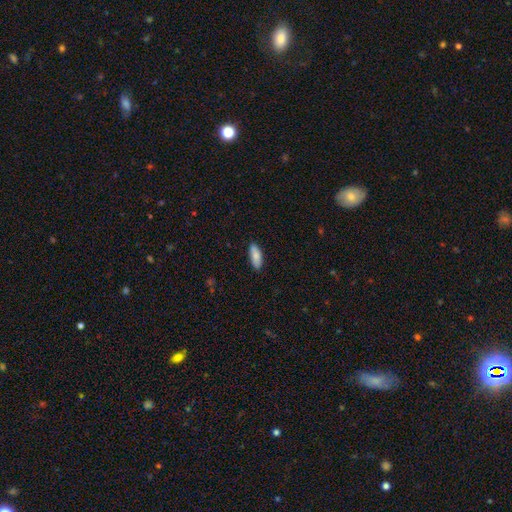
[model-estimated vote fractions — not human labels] A smooth galaxy with no disk features (82%) that is in between round and cigar-shaped (72%). Merging: none (85%).